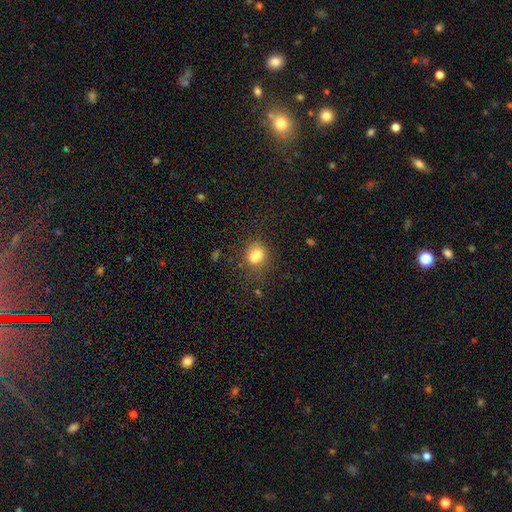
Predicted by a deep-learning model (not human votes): Smooth or featured: smooth — 70% (featured or disk — 16%)
How rounded: round — 56% (in between — 42%)
Merging: none — 43% (merger — 38%)